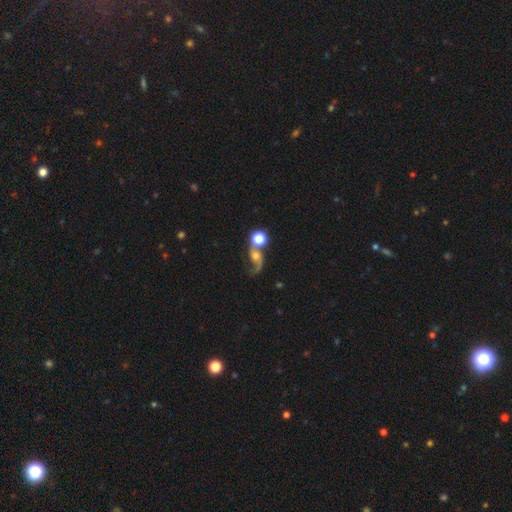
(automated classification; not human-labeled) A featured or disk galaxy (63%) with no bar (69%), 2 (56%) loose (79%) spiral arms (88%) and a moderate central bulge (43%). Merging: merger (35%).